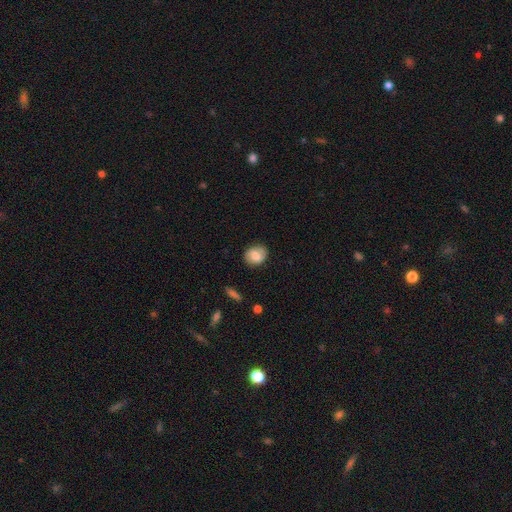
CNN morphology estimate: smooth_or_featured: smooth (p=0.71) [alt: featured or disk p=0.21]
how_rounded: round (p=0.59) [alt: in between p=0.40]
merging: none (p=0.77) [alt: minor disturbance p=0.18]